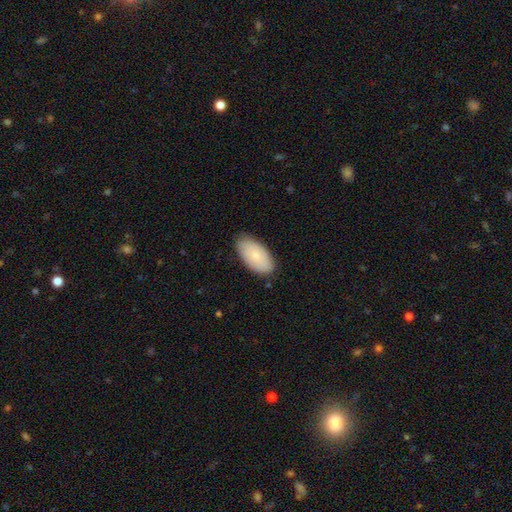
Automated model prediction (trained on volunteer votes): Smooth or featured? smooth (77%)
How rounded? in between (95%)
Merging? none (82%)